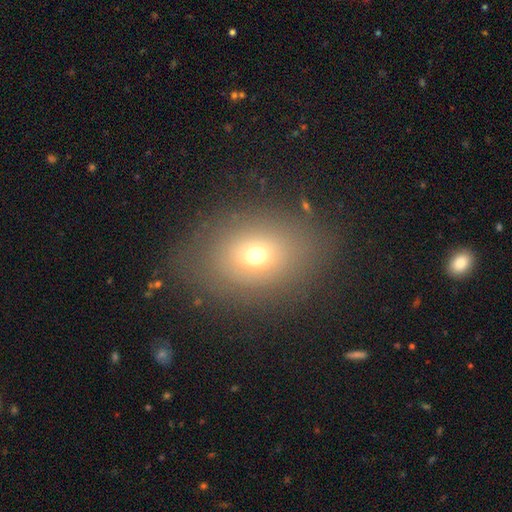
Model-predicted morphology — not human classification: The model was most divided on "how rounded": in between: 57%, round: 42%, cigar-shaped: 1%. More confident: merging — none (79%); smooth or featured — smooth (65%).